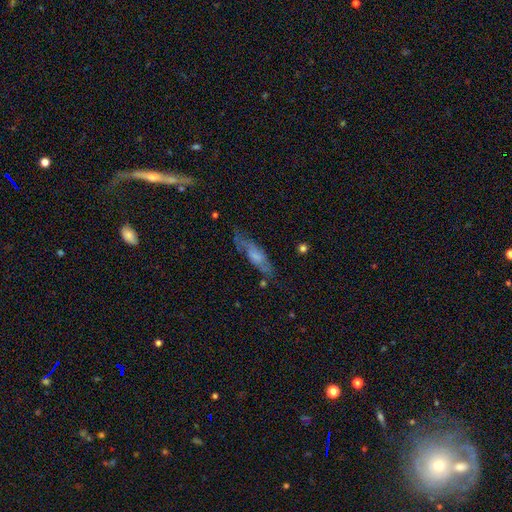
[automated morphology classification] type=featured or disk (48%); merging=none (62%).